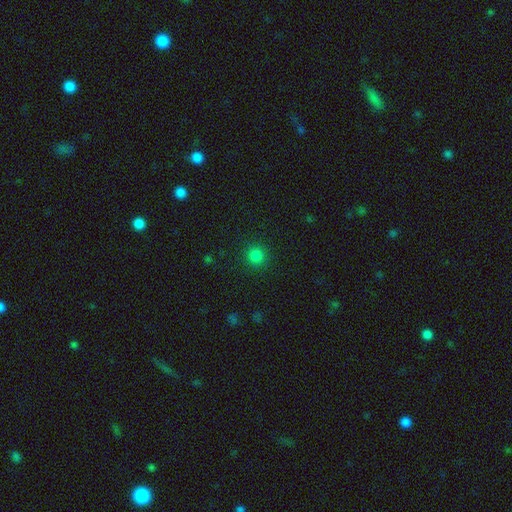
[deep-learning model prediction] This is clearly a smooth galaxy (82%). How rounded: clearly round (93%). Merging: clearly none (90%).